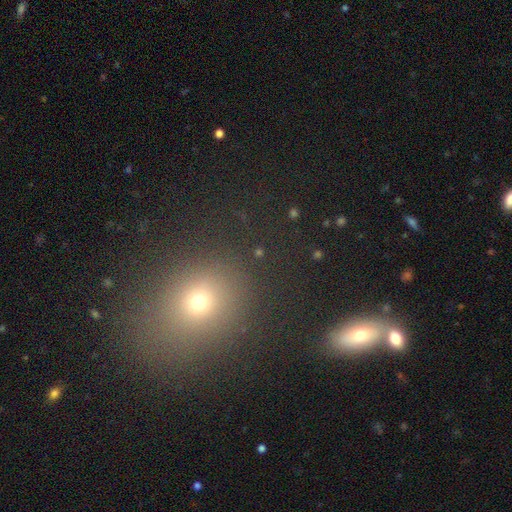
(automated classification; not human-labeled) Q: Smooth or featured?
A: smooth (60%); runner-up: star or artifact (28%)
Q: How rounded?
A: round (55%); runner-up: in between (43%)
Q: Merging?
A: none (78%); runner-up: minor disturbance (11%)